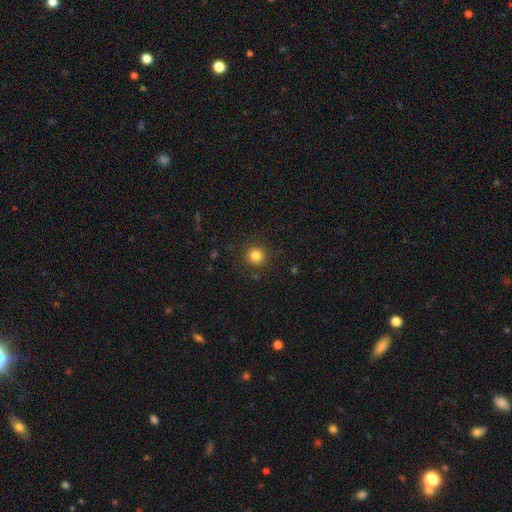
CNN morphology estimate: This appears to be a smooth galaxy with no disk features (83%) that is round (94%). Merging: none (90%).